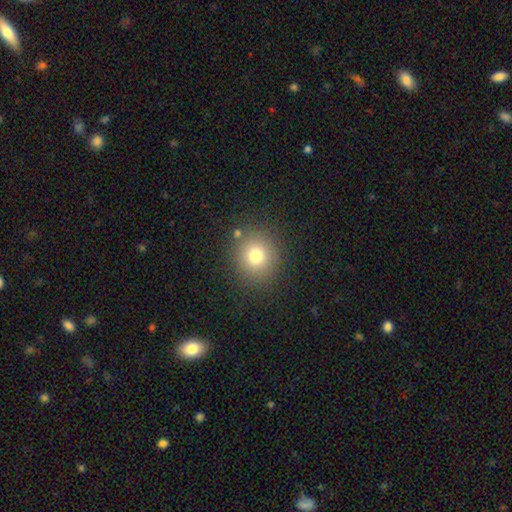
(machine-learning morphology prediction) smooth 77%, star or artifact 14%, featured or disk 9%. Down the decision tree: how rounded — round (83%); merging — none (84%).